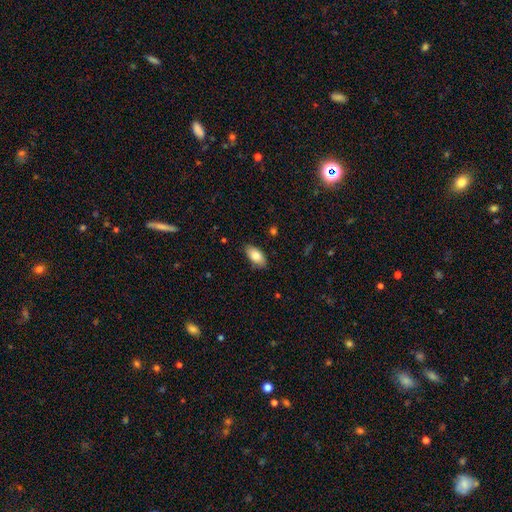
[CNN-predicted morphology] Smooth or featured?
  - smooth: 82% *
  - featured or disk: 11%
  - star or artifact: 7%
How rounded?
  - in between: 92% *
  - cigar-shaped: 6%
  - round: 3%
Merging?
  - none: 84% *
  - minor disturbance: 12%
  - major disturbance: 2%
  - merger: 1%